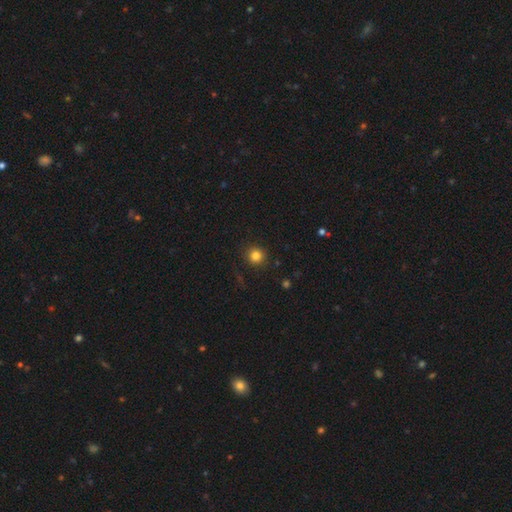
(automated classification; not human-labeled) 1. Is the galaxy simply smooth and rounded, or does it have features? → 82% smooth, 13% star or artifact, 5% featured or disk.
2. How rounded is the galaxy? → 93% round, 6% in between, 1% cigar-shaped.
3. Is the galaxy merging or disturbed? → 90% none, 6% minor disturbance, 2% major disturbance, 1% merger.